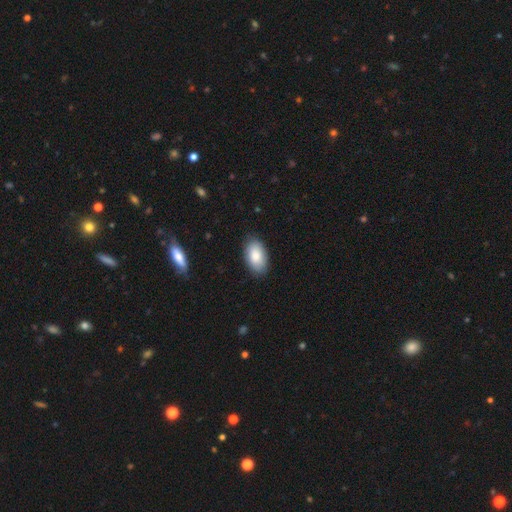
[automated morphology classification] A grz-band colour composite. It shows a smooth galaxy with no disk features (83%) that is in between round and cigar-shaped (94%). Merging: none (84%).